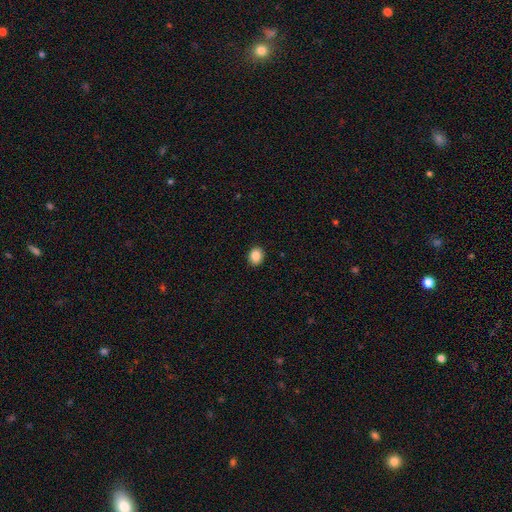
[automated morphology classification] smooth-or-featured: smooth: 88% | star or artifact: 8% | featured or disk: 3%
  how-rounded: in between: 50% | round: 49% | cigar-shaped: 1%
  merging: none: 91% | minor disturbance: 7% | major disturbance: 2% | merger: 1%